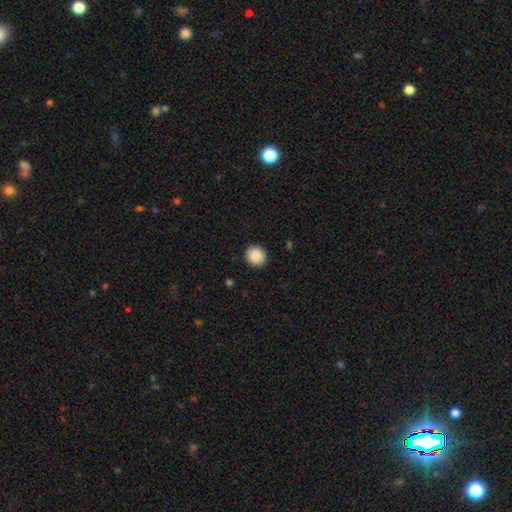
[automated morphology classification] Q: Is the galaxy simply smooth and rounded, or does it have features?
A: smooth — 89%.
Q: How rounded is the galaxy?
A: round — 90%.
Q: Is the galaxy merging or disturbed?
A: none — 92%.